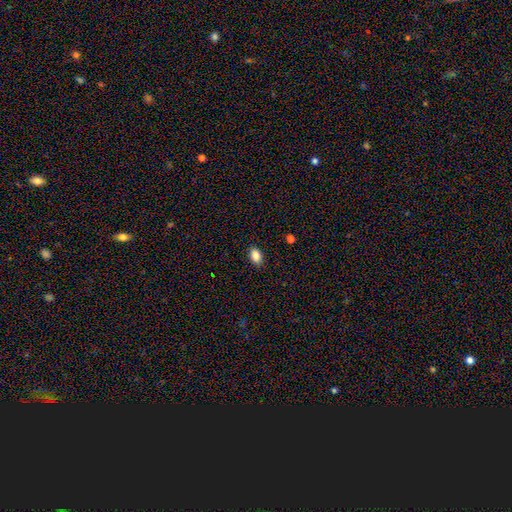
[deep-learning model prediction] smooth-or-featured: smooth: 88% | star or artifact: 9% | featured or disk: 4%
  how-rounded: in between: 85% | round: 14% | cigar-shaped: 1%
  merging: none: 88% | minor disturbance: 9% | major disturbance: 2% | merger: 1%